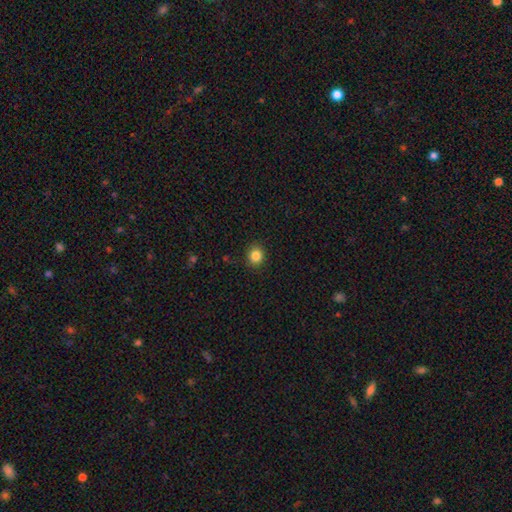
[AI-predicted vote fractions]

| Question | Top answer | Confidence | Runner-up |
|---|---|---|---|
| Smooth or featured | smooth | 85% | star or artifact (11%) |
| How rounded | round | 79% | in between (20%) |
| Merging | none | 89% | minor disturbance (8%) |